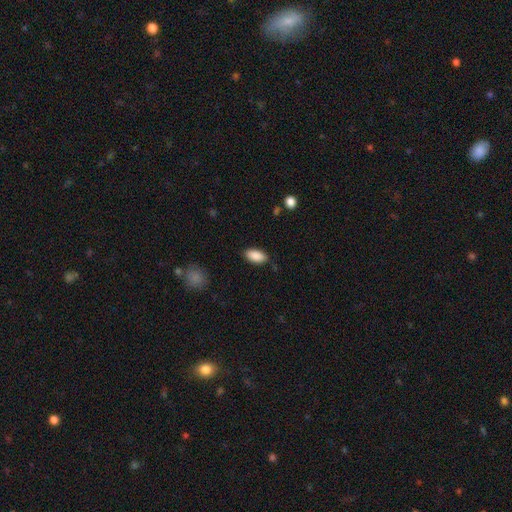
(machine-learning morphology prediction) This appears to be a smooth galaxy with no disk features (89%) that is in between round and cigar-shaped (93%). Merging: none (86%).